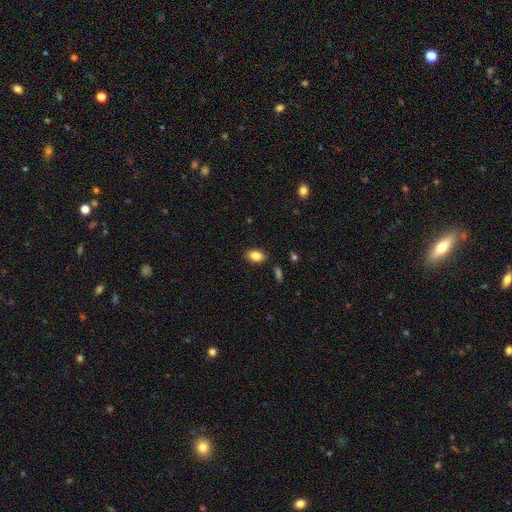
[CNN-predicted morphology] Smooth or featured? smooth (86%)
How rounded? in between (89%)
Merging? none (86%)